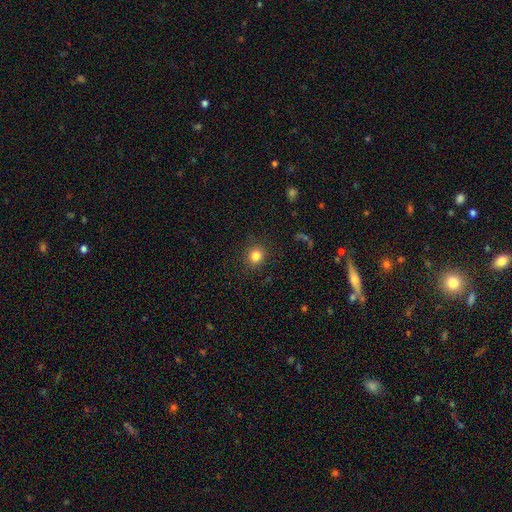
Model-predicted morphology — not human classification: This is clearly a smooth galaxy (83%). How rounded: clearly round (82%). Merging: clearly none (89%).